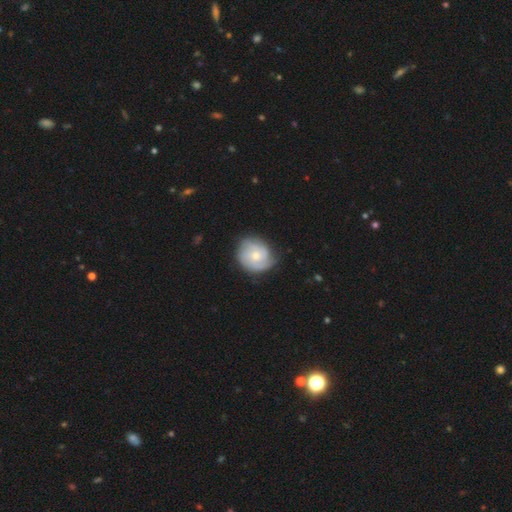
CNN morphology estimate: Smooth or featured? Predicted: featured or disk (p=0.55). Edge-on disk? Predicted: no (p=0.98). Bar? Predicted: no (p=0.74). Spiral arms? Predicted: yes (p=0.84). Bulge size? Predicted: moderate (p=0.56). Merging? Predicted: none (p=0.72).